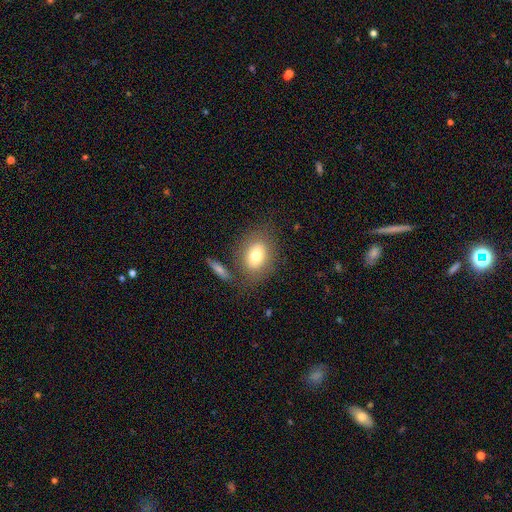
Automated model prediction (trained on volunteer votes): smooth-or-featured: smooth: 74% | featured or disk: 17% | star or artifact: 9%
  how-rounded: in between: 62% | round: 36% | cigar-shaped: 2%
  merging: none: 70% | minor disturbance: 14% | merger: 10% | major disturbance: 6%